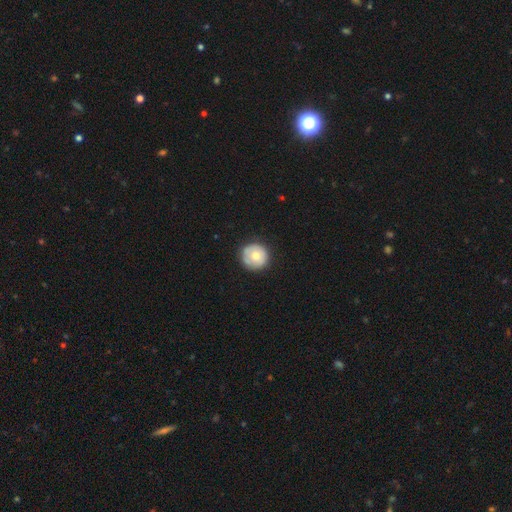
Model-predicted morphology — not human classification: A smooth galaxy with no disk features (71%) that is round (95%).

Vote fractions:
- Smooth or featured? smooth: 71% / featured or disk: 22% / star or artifact: 7%
- How rounded? round: 95% / in between: 5% / cigar-shaped: 1%
- Merging? none: 81% / minor disturbance: 14% / major disturbance: 3% / merger: 1%